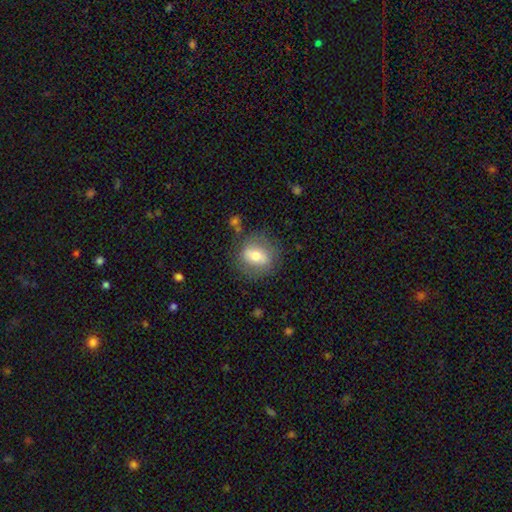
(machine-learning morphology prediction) Q: Smooth or featured?
A: smooth (60%); runner-up: featured or disk (32%)
Q: How rounded?
A: round (59%); runner-up: in between (40%)
Q: Merging?
A: none (77%); runner-up: minor disturbance (15%)